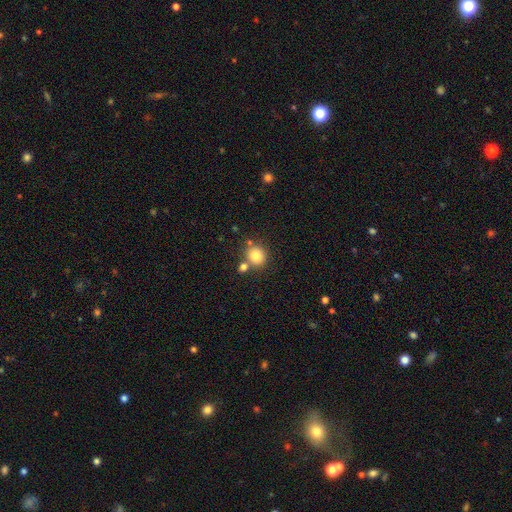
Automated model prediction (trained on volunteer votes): A smooth galaxy with no disk features (82%) that is round (85%).

Vote fractions:
- Smooth or featured? smooth: 82% / star or artifact: 11% / featured or disk: 8%
- How rounded? round: 85% / in between: 14% / cigar-shaped: 1%
- Merging? none: 68% / merger: 19% / minor disturbance: 10% / major disturbance: 3%